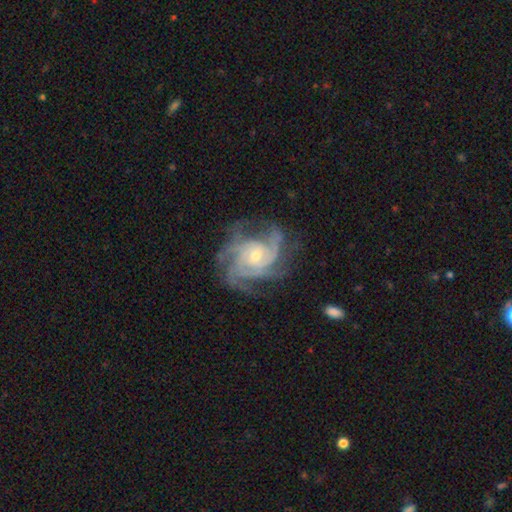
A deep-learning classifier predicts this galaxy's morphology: smooth_or_featured: featured or disk (p=0.91) [alt: star or artifact p=0.05]
disk_edge_on: no (p=0.98) [alt: yes p=0.02]
bar: no (p=0.68) [alt: weak p=0.25]
has_spiral_arms: yes (p=0.98) [alt: no p=0.02]
spiral_winding: tight (p=0.57) [alt: medium p=0.36]
spiral_arm_count: 4 (p=0.37) [alt: 3 p=0.25]
bulge_size: small (p=0.50) [alt: moderate p=0.45]
merging: none (p=0.70) [alt: minor disturbance p=0.18]